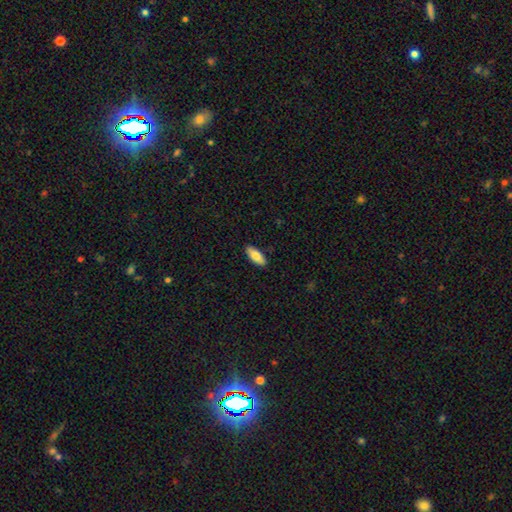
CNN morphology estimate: smooth 80%, featured or disk 14%, star or artifact 6%. Down the decision tree: how rounded — in between (79%); merging — none (90%).